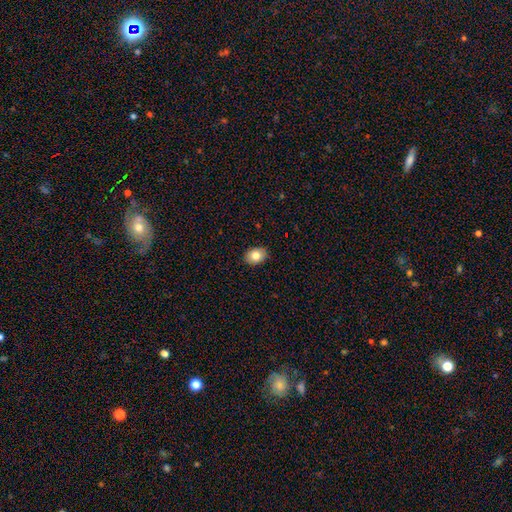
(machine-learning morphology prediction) The model was most divided on "how rounded": in between: 71%, round: 28%, cigar-shaped: 1%. More confident: merging — none (90%); smooth or featured — smooth (81%).